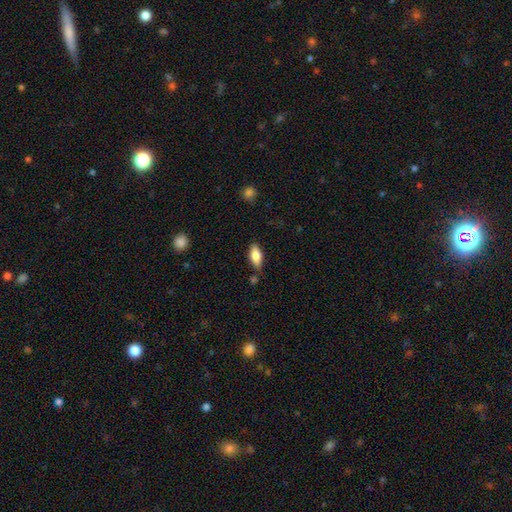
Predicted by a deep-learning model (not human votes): Smooth or featured?
  - smooth: 76% *
  - featured or disk: 17%
  - star or artifact: 7%
How rounded?
  - in between: 83% *
  - cigar-shaped: 14%
  - round: 3%
Merging?
  - none: 77% *
  - minor disturbance: 16%
  - merger: 4%
  - major disturbance: 3%